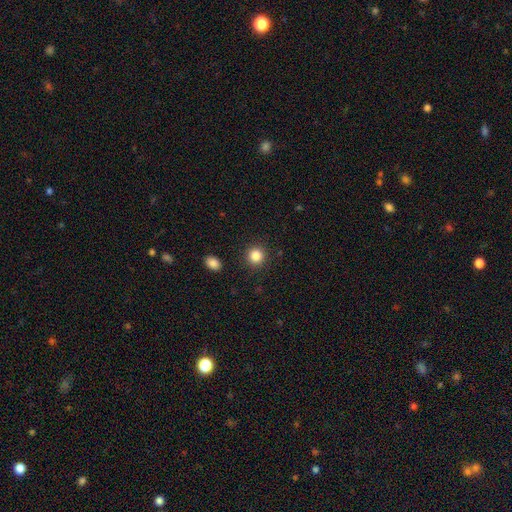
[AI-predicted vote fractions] A smooth galaxy with no disk features (85%) that is round (91%). Merging: none (90%).